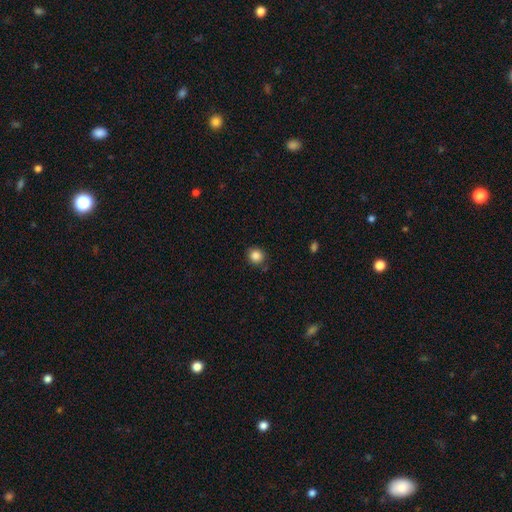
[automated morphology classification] Overall: smooth (86%). How rounded: round (87%). Merging: none (83%).